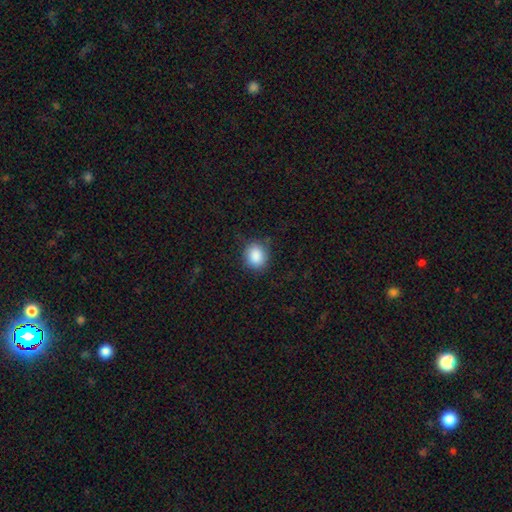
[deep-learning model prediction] smooth_or_featured: smooth (p=0.88) [alt: star or artifact p=0.08]
how_rounded: round (p=0.70) [alt: in between p=0.29]
merging: none (p=0.81) [alt: minor disturbance p=0.14]